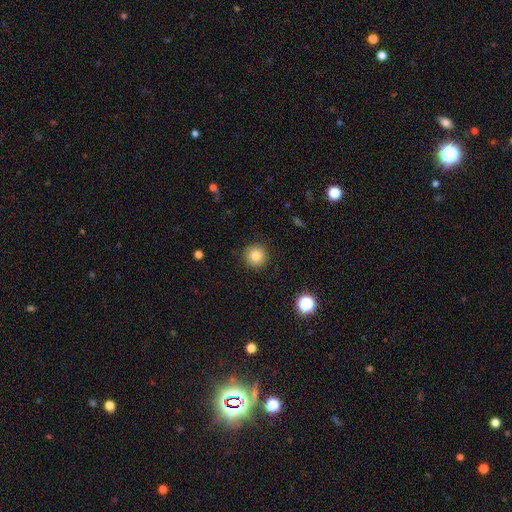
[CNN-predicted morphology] smooth_or_featured: smooth (p=0.81) [alt: star or artifact p=0.11]
how_rounded: round (p=0.95) [alt: in between p=0.04]
merging: none (p=0.90) [alt: minor disturbance p=0.07]